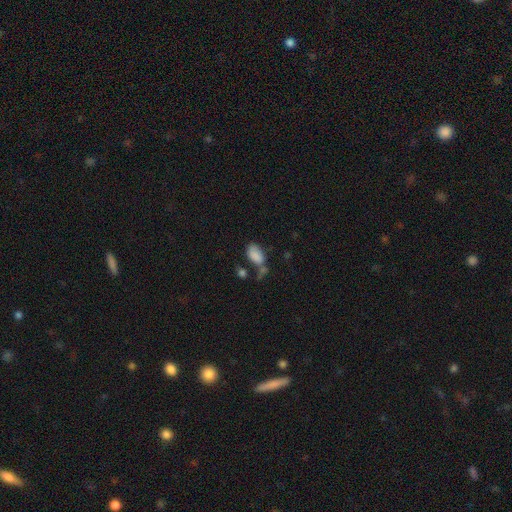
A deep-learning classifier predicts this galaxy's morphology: The model was most divided on "merging": none: 39%, merger: 28%, minor disturbance: 20%, major disturbance: 13%. More confident: how rounded — in between (93%); smooth or featured — smooth (82%).